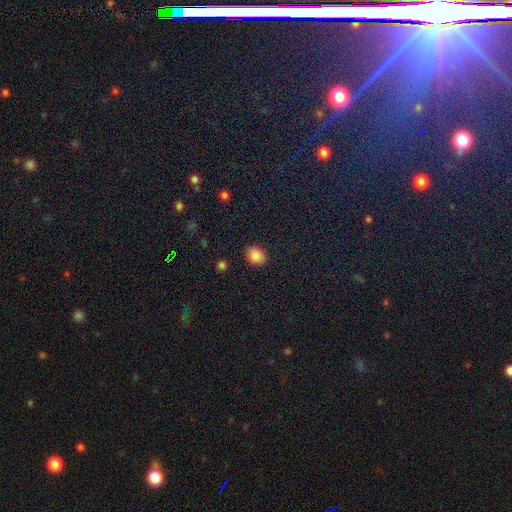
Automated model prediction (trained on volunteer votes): A smooth galaxy with no disk features (87%) that is in between round and cigar-shaped (51%).

Vote fractions:
- Smooth or featured? smooth: 87% / star or artifact: 9% / featured or disk: 3%
- How rounded? in between: 51% / round: 48% / cigar-shaped: 1%
- Merging? none: 88% / minor disturbance: 8% / major disturbance: 2% / merger: 1%